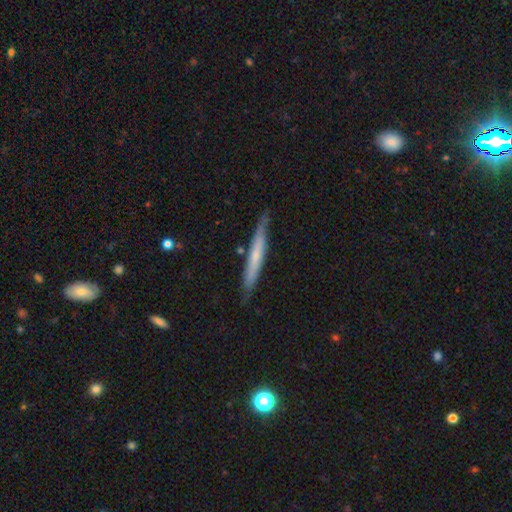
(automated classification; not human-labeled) smooth 49%, featured or disk 46%, star or artifact 6%. Down the decision tree: merging — none (83%).